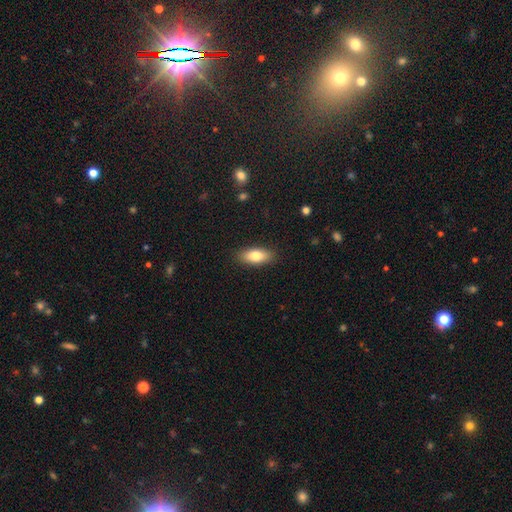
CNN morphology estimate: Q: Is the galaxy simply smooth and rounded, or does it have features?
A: smooth — 79%.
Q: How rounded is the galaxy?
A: in between — 81%.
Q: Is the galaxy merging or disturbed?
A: none — 88%.